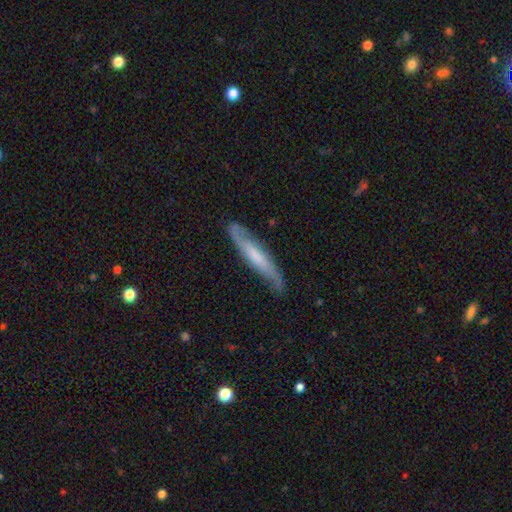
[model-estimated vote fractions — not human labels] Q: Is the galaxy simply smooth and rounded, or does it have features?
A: featured or disk — 65%.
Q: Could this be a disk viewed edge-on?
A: no — 52%.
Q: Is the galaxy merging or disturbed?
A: none — 78%.